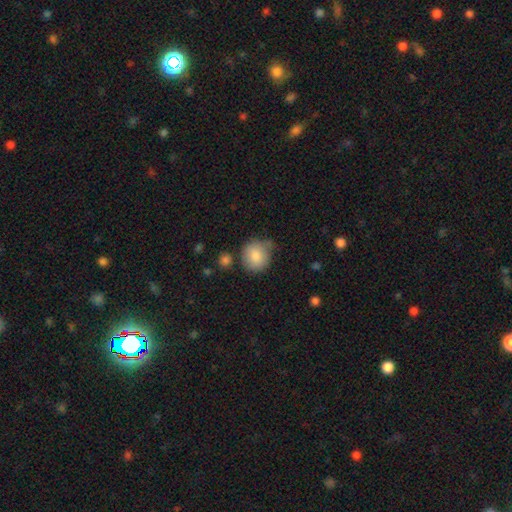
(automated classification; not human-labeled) Smooth or featured: smooth — 84% (featured or disk — 8%)
How rounded: round — 86% (in between — 13%)
Merging: none — 68% (minor disturbance — 20%)